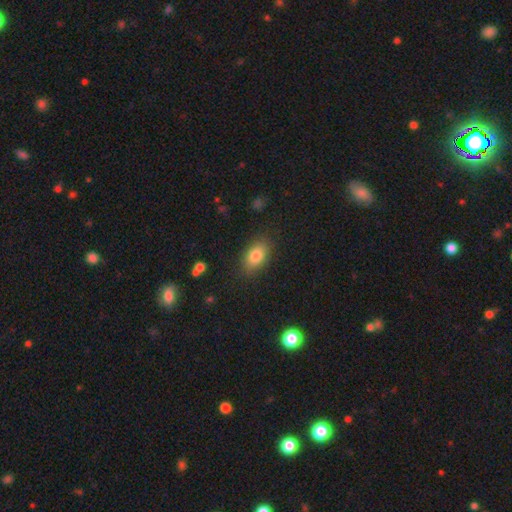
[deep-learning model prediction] The model was most divided on "merging": none: 83%, minor disturbance: 12%, major disturbance: 4%, merger: 1%. More confident: how rounded — in between (88%); smooth or featured — smooth (82%).